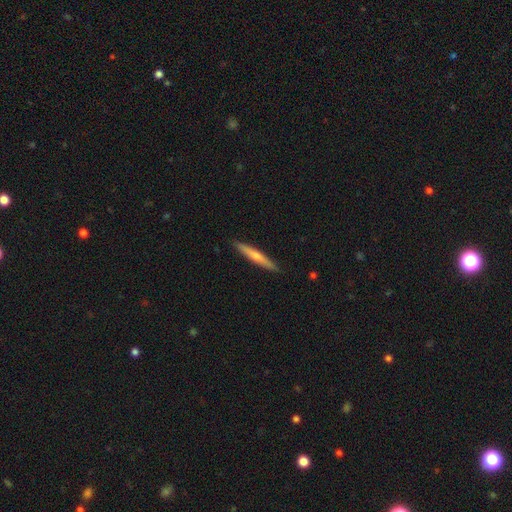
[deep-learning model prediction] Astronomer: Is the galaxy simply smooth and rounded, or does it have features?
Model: smooth — 53% (runner-up: featured or disk, 41%).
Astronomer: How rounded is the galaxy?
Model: cigar-shaped — 95%.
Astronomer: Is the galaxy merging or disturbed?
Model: none — 91%.